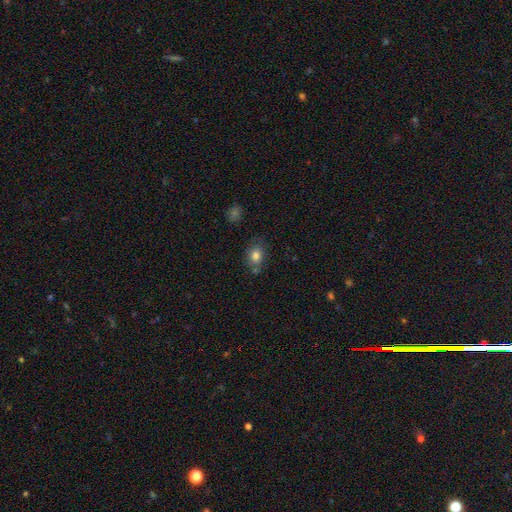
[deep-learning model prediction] smooth 82%, star or artifact 10%, featured or disk 8%. Down the decision tree: how rounded — in between (50%); merging — none (67%).